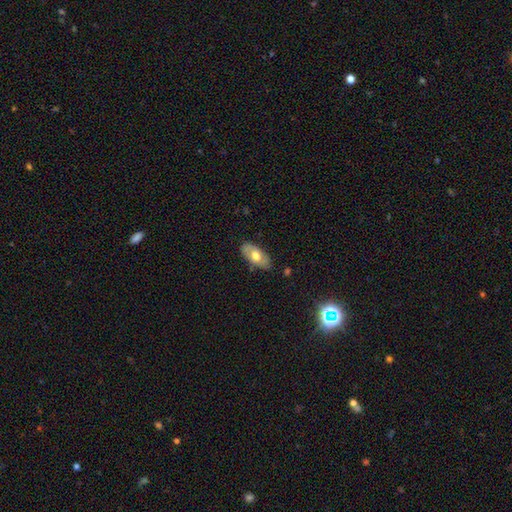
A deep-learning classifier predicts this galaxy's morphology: A smooth galaxy with no disk features (54%) that is in between round and cigar-shaped (91%).

Vote fractions:
- Smooth or featured? smooth: 54% / featured or disk: 39% / star or artifact: 6%
- How rounded? in between: 91% / cigar-shaped: 5% / round: 4%
- Merging? none: 78% / minor disturbance: 17% / major disturbance: 3% / merger: 1%